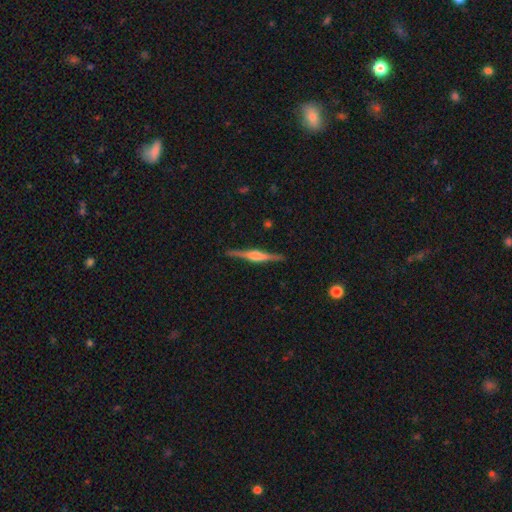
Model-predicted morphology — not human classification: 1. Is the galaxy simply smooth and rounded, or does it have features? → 79% featured or disk, 15% smooth, 6% star or artifact.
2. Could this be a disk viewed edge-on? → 98% yes, 2% no.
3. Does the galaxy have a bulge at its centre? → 67% rounded, 27% boxy, 7% none.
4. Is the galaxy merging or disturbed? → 91% none, 7% minor disturbance, 1% major disturbance, 1% merger.